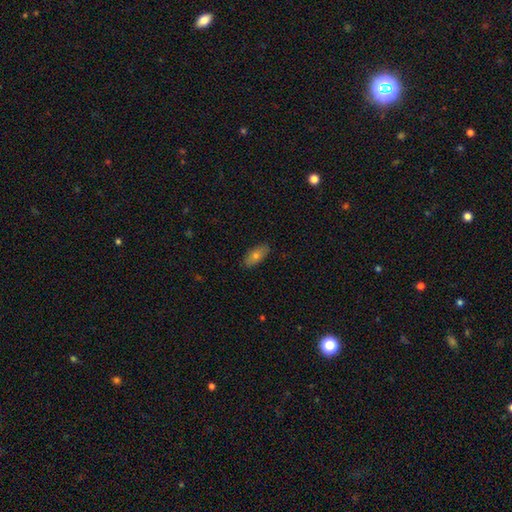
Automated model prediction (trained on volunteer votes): Smooth or featured: smooth — 69% (featured or disk — 23%)
How rounded: in between — 83% (cigar-shaped — 14%)
Merging: none — 86% (minor disturbance — 11%)